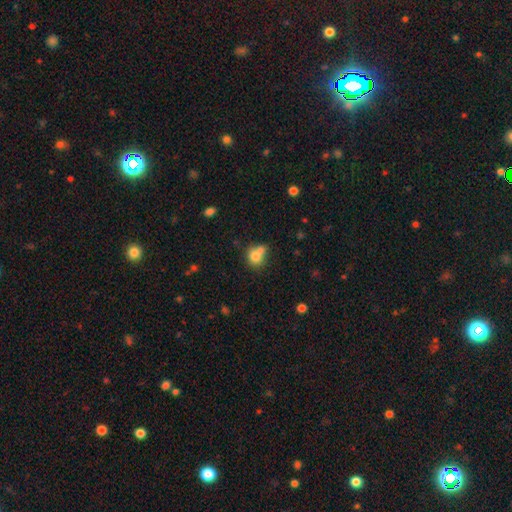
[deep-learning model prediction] Smooth or featured? smooth (75%)
How rounded? round (66%)
Merging? merger (44%)